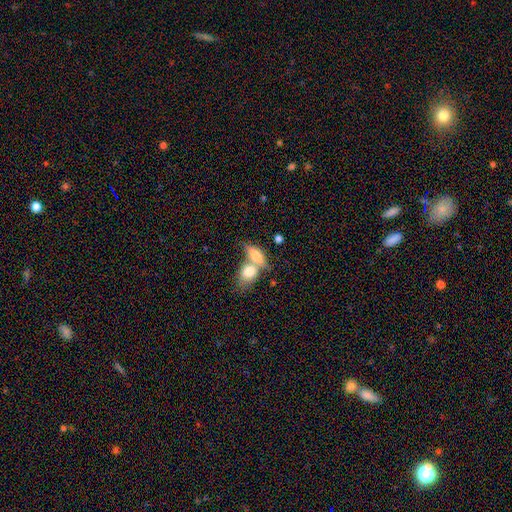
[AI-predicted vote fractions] smooth-or-featured: smooth: 71% | featured or disk: 23% | star or artifact: 6%
  how-rounded: in between: 76% | cigar-shaped: 14% | round: 10%
  merging: merger: 63% | none: 25% | minor disturbance: 7% | major disturbance: 4%